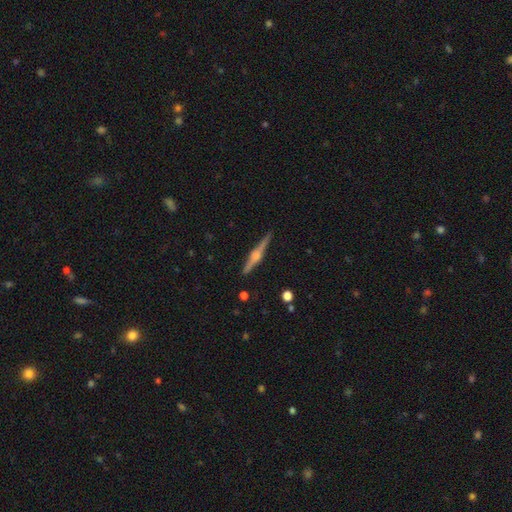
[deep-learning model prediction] Smooth or featured: featured or disk — 77% (smooth — 17%)
Edge-on disk: yes — 98% (no — 2%)
Edge-on bulge: rounded — 84% (boxy — 12%)
Merging: none — 90% (minor disturbance — 7%)